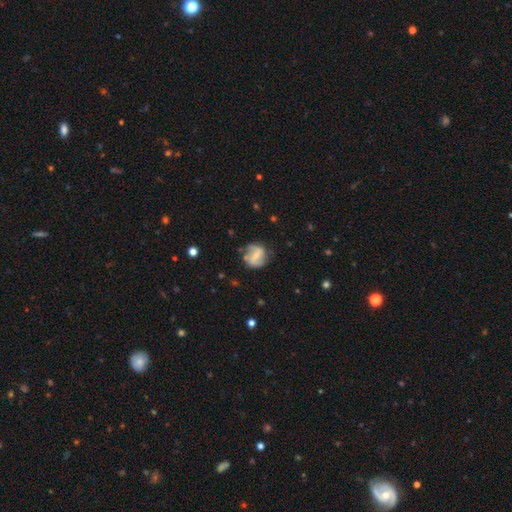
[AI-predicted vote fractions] Morphology: type=featured or disk (66%); edge-on=no (97%); bar=weak (44%); spiral arms=yes (82%); winding=medium (41%); arm count=2 (82%); bulge=small (53%); merging=none (66%).